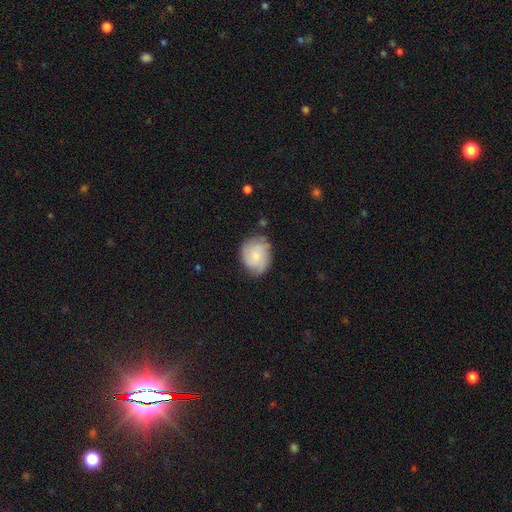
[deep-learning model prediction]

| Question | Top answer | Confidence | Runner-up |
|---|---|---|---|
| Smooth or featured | smooth | 47% | featured or disk (45%) |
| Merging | none | 70% | minor disturbance (23%) |